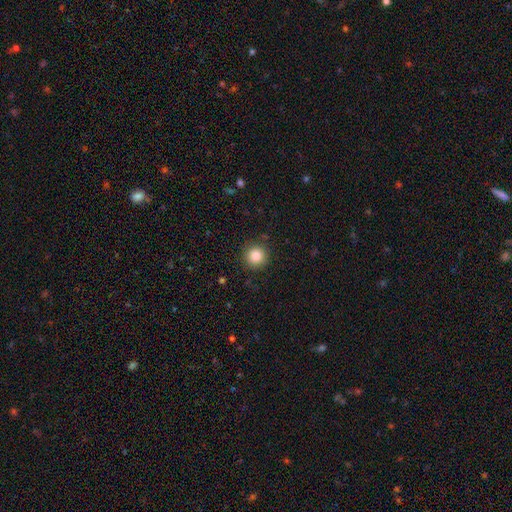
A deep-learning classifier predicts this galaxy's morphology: Smooth or featured? Predicted: smooth (p=0.84). How rounded? Predicted: round (p=0.95). Merging? Predicted: none (p=0.90).